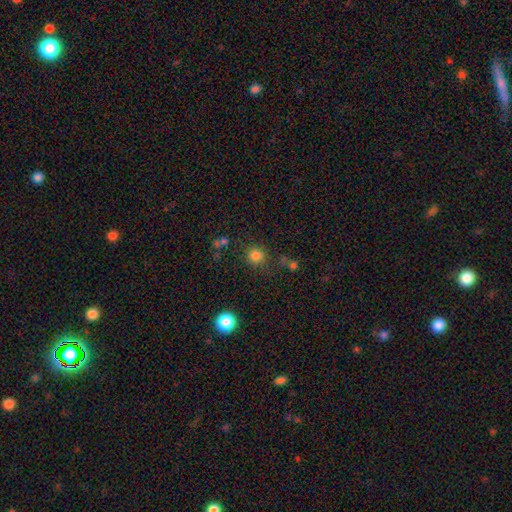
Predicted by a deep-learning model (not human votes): Q: Smooth or featured?
A: smooth (79%); runner-up: star or artifact (15%)
Q: How rounded?
A: round (91%); runner-up: in between (8%)
Q: Merging?
A: none (79%); runner-up: minor disturbance (10%)